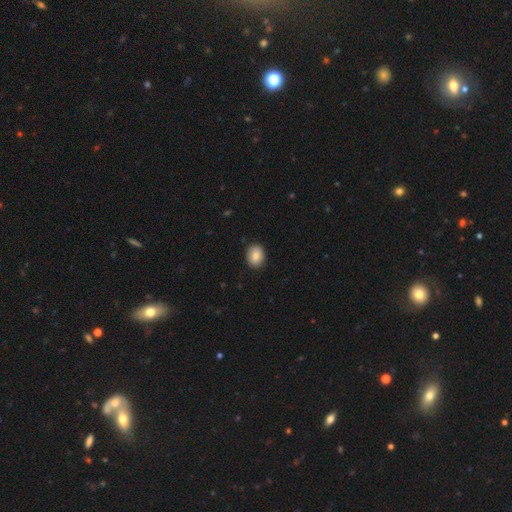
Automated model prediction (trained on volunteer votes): Smooth or featured? Predicted: smooth (p=0.86). How rounded? Predicted: in between (p=0.55). Merging? Predicted: none (p=0.89).